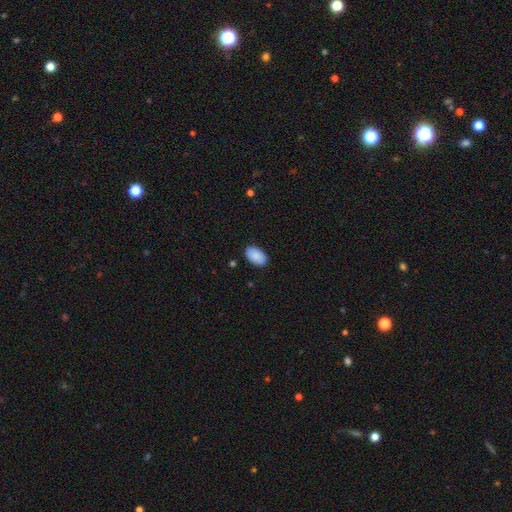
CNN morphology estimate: The model was most divided on "merging": none: 87%, minor disturbance: 9%, major disturbance: 2%, merger: 1%. More confident: how rounded — in between (94%); smooth or featured — smooth (89%).